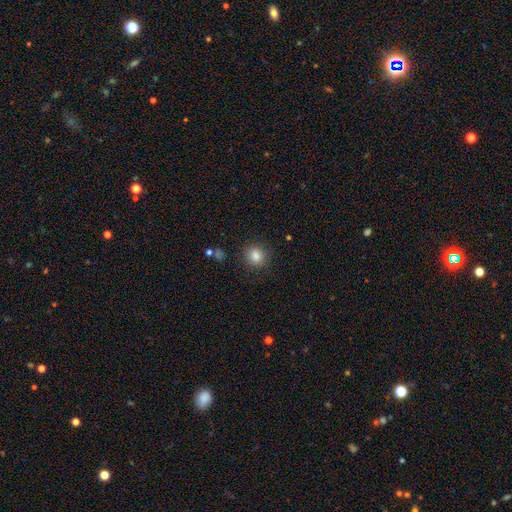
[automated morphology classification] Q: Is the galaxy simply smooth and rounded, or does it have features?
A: smooth — 83%.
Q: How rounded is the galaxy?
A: round — 83%.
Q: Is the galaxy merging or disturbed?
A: none — 87%.